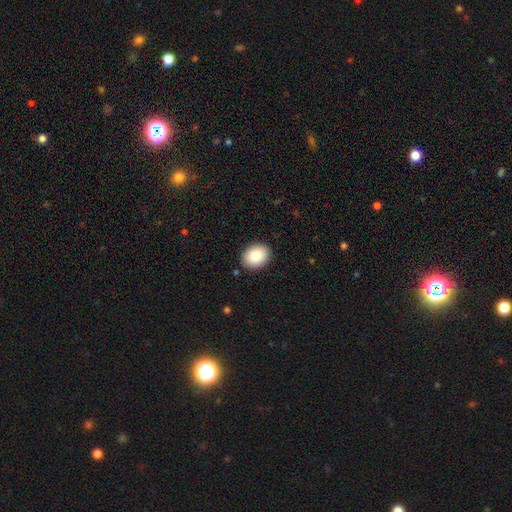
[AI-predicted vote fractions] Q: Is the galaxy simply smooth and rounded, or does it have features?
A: smooth — 86%.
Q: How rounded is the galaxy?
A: in between — 64%.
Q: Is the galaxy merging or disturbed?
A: none — 89%.